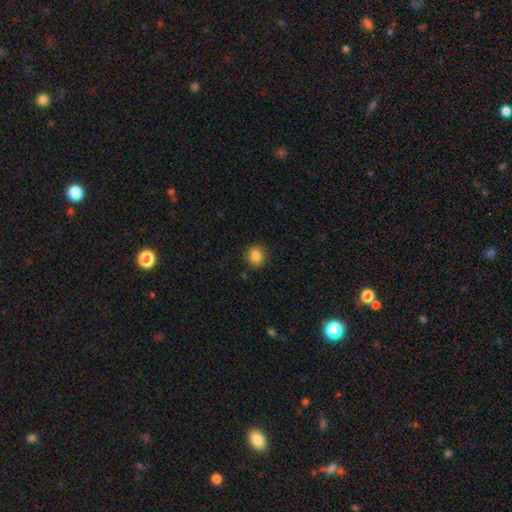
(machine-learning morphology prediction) smooth-or-featured: smooth: 86% | star or artifact: 10% | featured or disk: 4%
  how-rounded: round: 79% | in between: 20% | cigar-shaped: 1%
  merging: none: 87% | minor disturbance: 9% | major disturbance: 2% | merger: 1%